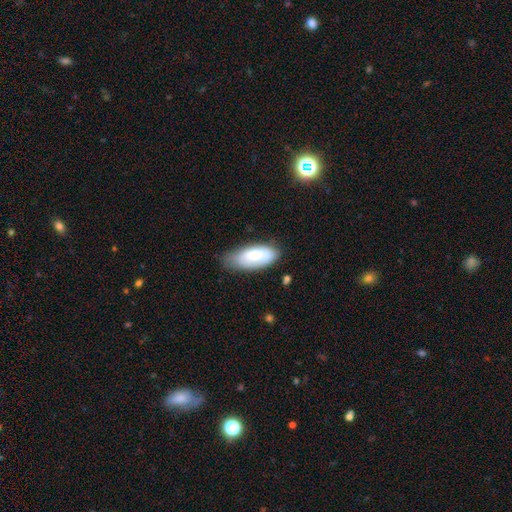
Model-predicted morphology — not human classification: A smooth galaxy with no disk features (73%) that is in between round and cigar-shaped (88%). Merging: none (61%).